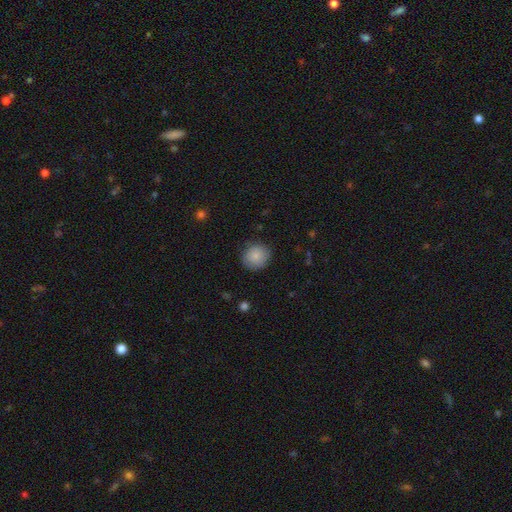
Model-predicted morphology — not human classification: Q: Smooth or featured?
A: smooth (86%); runner-up: star or artifact (8%)
Q: How rounded?
A: round (85%); runner-up: in between (14%)
Q: Merging?
A: none (85%); runner-up: minor disturbance (12%)